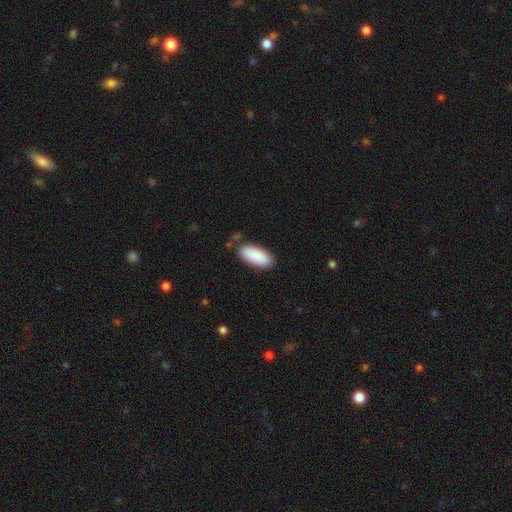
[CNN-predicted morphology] smooth_or_featured: smooth (p=0.90) [alt: star or artifact p=0.06]
how_rounded: in between (p=0.86) [alt: cigar-shaped p=0.13]
merging: none (p=0.80) [alt: minor disturbance p=0.14]